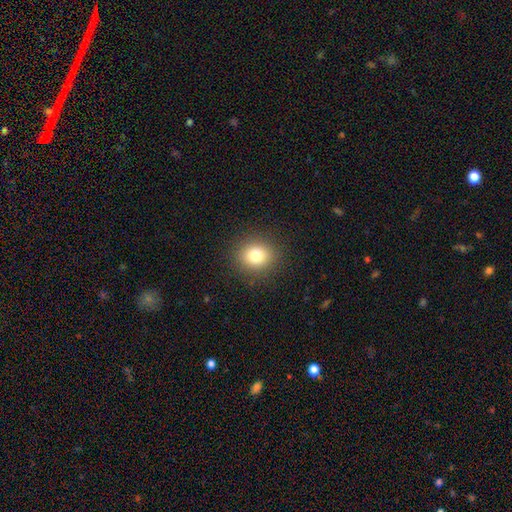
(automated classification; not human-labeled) smooth 80%, star or artifact 12%, featured or disk 8%. Down the decision tree: how rounded — round (75%); merging — none (89%).